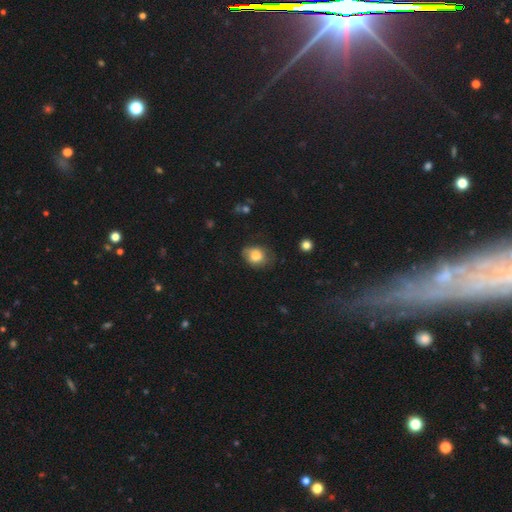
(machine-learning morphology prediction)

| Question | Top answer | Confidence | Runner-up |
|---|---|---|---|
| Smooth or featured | smooth | 80% | featured or disk (12%) |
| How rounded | in between | 52% | round (47%) |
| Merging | none | 61% | minor disturbance (29%) |